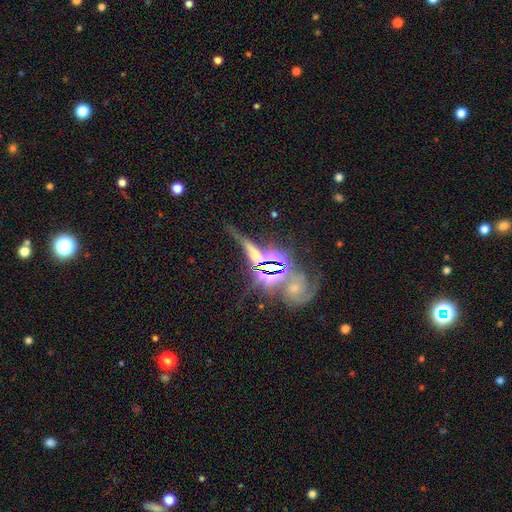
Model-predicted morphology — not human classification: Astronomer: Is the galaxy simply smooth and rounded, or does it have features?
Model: star or artifact — 46% (runner-up: featured or disk, 33%).